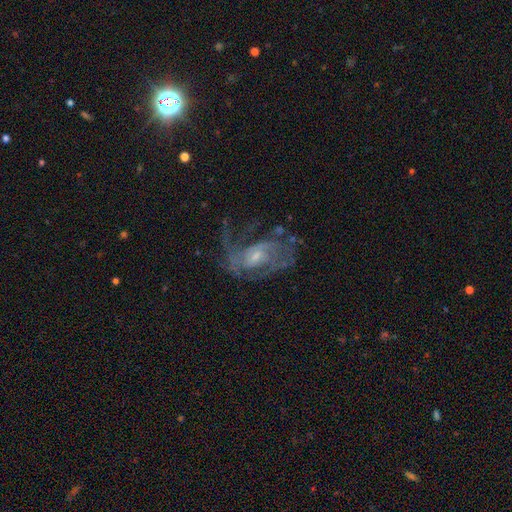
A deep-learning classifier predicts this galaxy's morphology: The model was most divided on "merging": none: 43%, major disturbance: 36%, minor disturbance: 18%, merger: 3%. Remaining: edge-on disk — no (96%); spiral arms — yes (82%); smooth or featured — featured or disk (80%); bulge size — small (61%); bar — no (54%); spiral winding — medium (42%); spiral arm count — 2 (37%).